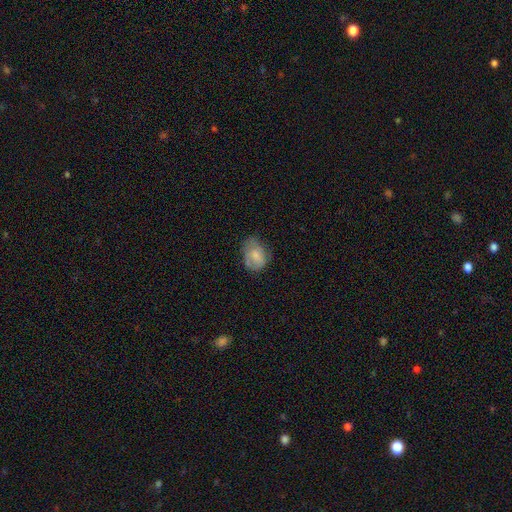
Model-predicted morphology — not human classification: smooth 67%, featured or disk 25%, star or artifact 8%. Down the decision tree: how rounded — in between (71%); merging — none (54%).